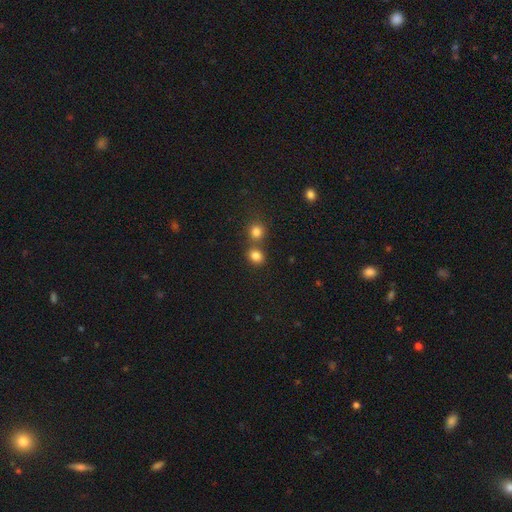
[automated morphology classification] smooth 81%, star or artifact 13%, featured or disk 6%. Down the decision tree: how rounded — round (61%); merging — none (56%).